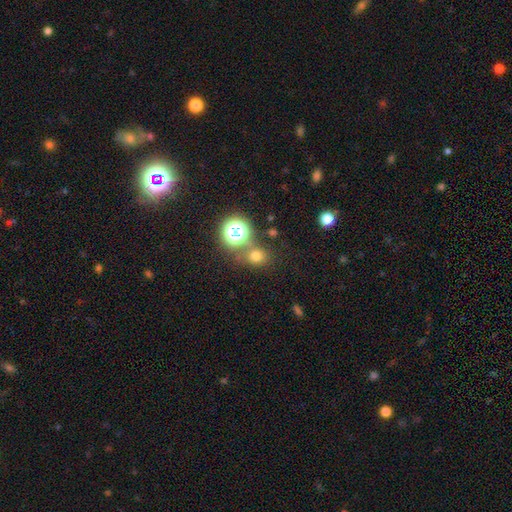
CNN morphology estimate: This is likely a smooth galaxy (66%). How rounded: likely round (72%). Merging: likely none (68%).